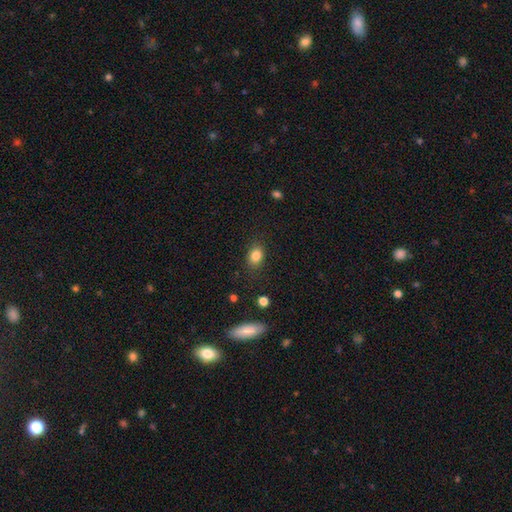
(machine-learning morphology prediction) This appears to be a smooth galaxy with no disk features (84%) that is in between round and cigar-shaped (67%). Merging: none (82%).